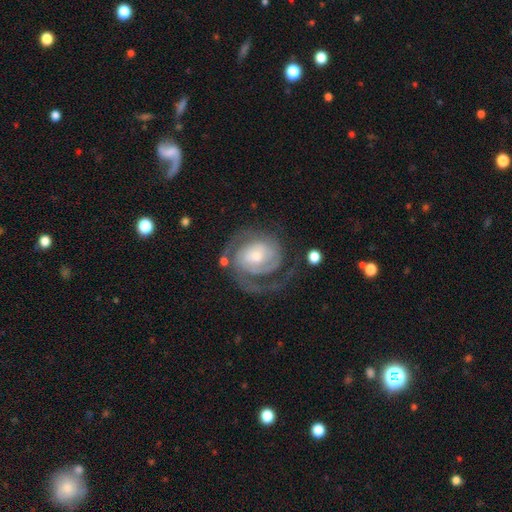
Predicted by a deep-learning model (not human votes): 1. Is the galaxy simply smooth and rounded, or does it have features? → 87% featured or disk, 8% smooth, 5% star or artifact.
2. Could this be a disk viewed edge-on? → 98% no, 2% yes.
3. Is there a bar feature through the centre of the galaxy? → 60% no, 30% weak, 10% strong.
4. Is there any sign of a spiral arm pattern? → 96% yes, 4% no.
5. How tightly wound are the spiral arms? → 58% tight, 32% medium, 10% loose.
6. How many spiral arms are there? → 63% 2, 13% can't tell, 11% 1, 8% 3, 3% 4, 3% more than 4.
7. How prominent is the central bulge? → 52% small, 39% moderate, 5% large, 2% none, 1% dominant.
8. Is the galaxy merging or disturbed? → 64% none, 17% major disturbance, 16% minor disturbance, 3% merger.